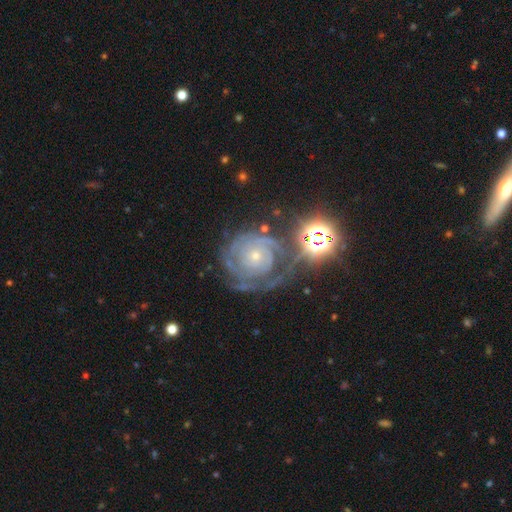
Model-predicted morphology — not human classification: Smooth or featured? Predicted: featured or disk (p=0.82). Edge-on disk? Predicted: no (p=0.98). Bar? Predicted: no (p=0.80). Spiral arms? Predicted: yes (p=0.95). Spiral winding? Predicted: tight (p=0.80). Spiral arm count? Predicted: can't tell (p=0.33). Bulge size? Predicted: small (p=0.74). Merging? Predicted: none (p=0.60).